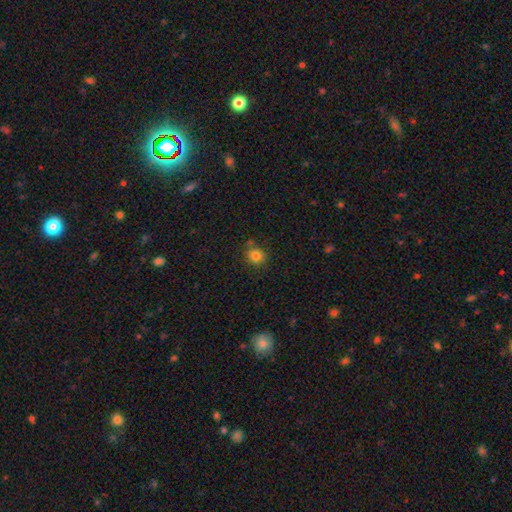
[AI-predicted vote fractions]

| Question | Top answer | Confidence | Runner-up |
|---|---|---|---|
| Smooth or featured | smooth | 81% | star or artifact (12%) |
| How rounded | round | 84% | in between (15%) |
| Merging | none | 76% | minor disturbance (13%) |